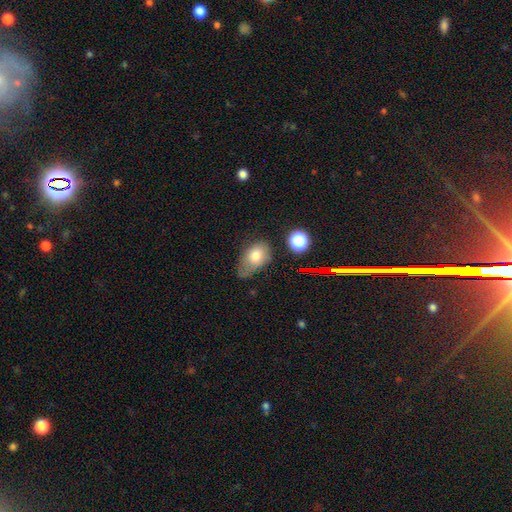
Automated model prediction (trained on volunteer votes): Overall: smooth (74%). How rounded: in between (79%). Merging: minor disturbance (40%; none 38%).